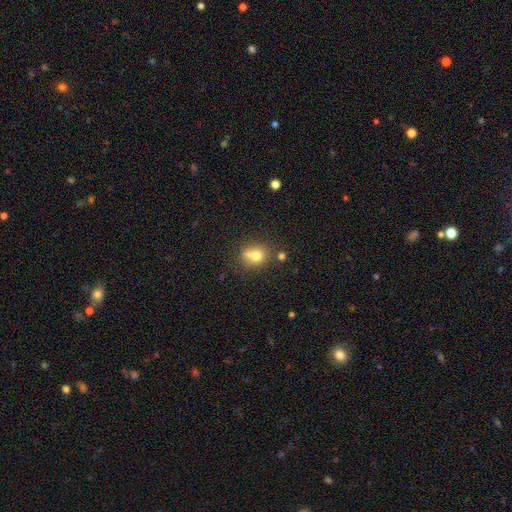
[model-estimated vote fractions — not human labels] Overall: smooth (71%). How rounded: round (71%). Merging: none (44%; merger 36%).